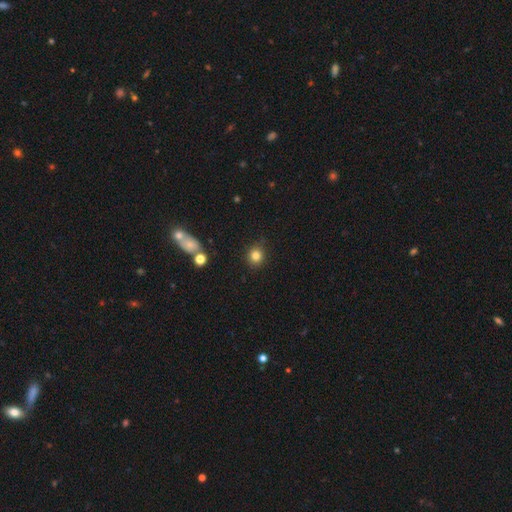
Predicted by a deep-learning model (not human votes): smooth_or_featured: smooth (p=0.82) [alt: star or artifact p=0.12]
how_rounded: round (p=0.86) [alt: in between p=0.13]
merging: none (p=0.86) [alt: minor disturbance p=0.09]